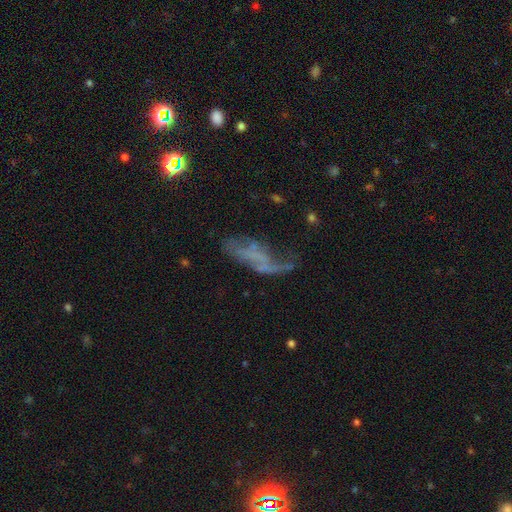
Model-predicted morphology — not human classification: type=featured or disk (53%); edge-on=no (86%); merging=major disturbance (41%).